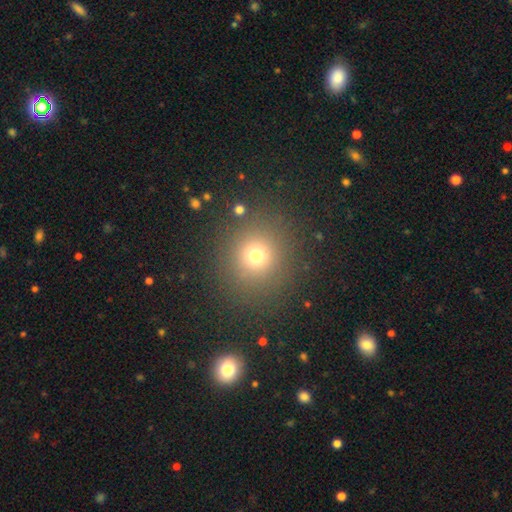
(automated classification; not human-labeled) Overall: smooth (71%). How rounded: round (90%). Merging: none (86%).